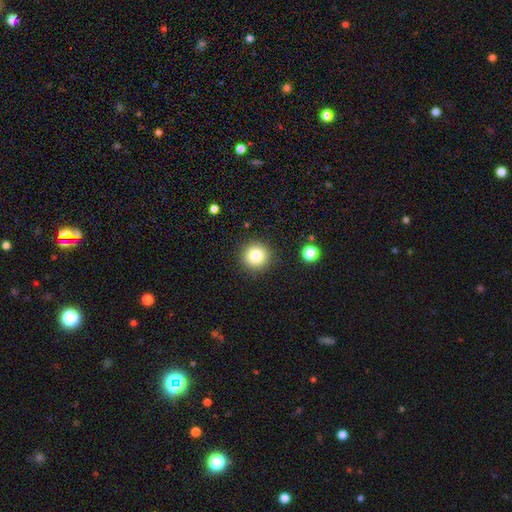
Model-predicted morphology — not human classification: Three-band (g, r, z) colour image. It shows a smooth galaxy with no disk features (81%) that is round (95%). Merging: none (90%).